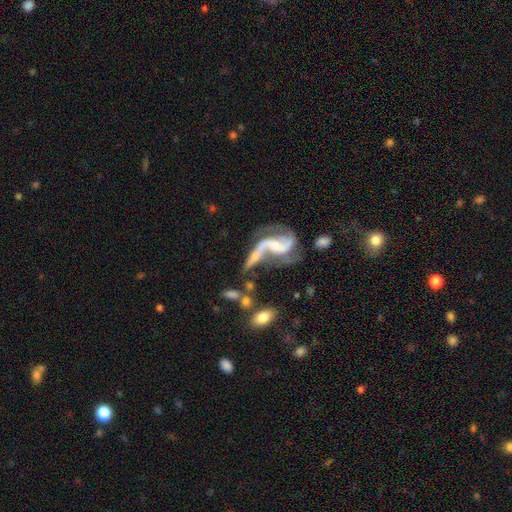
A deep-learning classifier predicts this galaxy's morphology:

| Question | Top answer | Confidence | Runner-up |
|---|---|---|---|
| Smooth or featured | featured or disk | 83% | smooth (10%) |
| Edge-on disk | no | 94% | yes (6%) |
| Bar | no | 46% | weak (37%) |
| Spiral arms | yes | 92% | no (8%) |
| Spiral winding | loose | 66% | medium (28%) |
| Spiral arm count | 2 | 84% | 1 (6%) |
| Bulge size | small | 50% | moderate (36%) |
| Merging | none | 33% | merger (31%) |